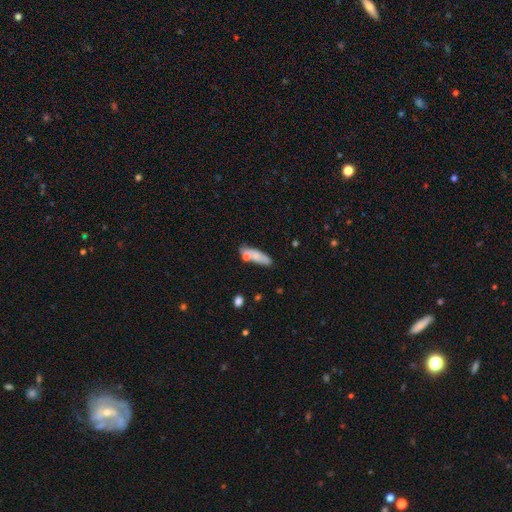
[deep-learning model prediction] Smooth or featured: smooth — 70% (featured or disk — 23%)
How rounded: in between — 52% (cigar-shaped — 45%)
Merging: none — 59% (minor disturbance — 19%)